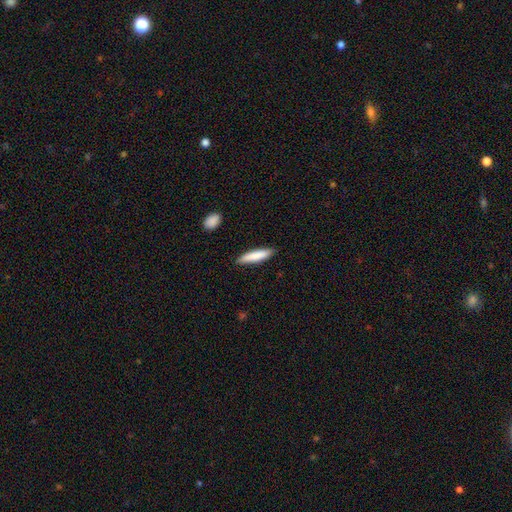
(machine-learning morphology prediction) type=smooth (82%); roundness=cigar-shaped (80%); merging=none (87%).